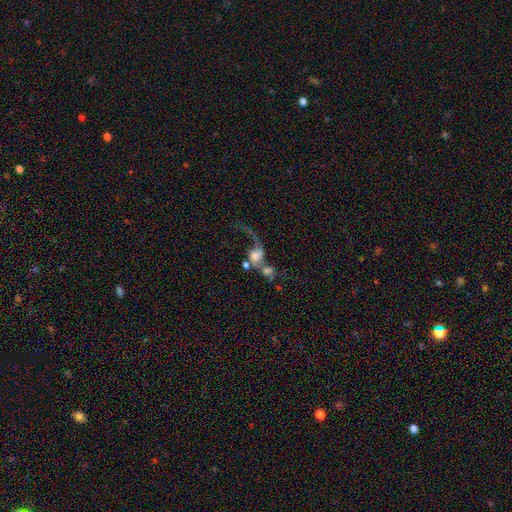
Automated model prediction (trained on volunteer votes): smooth_or_featured: featured or disk (p=0.52) [alt: smooth p=0.35]
disk_edge_on: no (p=0.95) [alt: yes p=0.05]
merging: merger (p=0.62) [alt: major disturbance p=0.21]